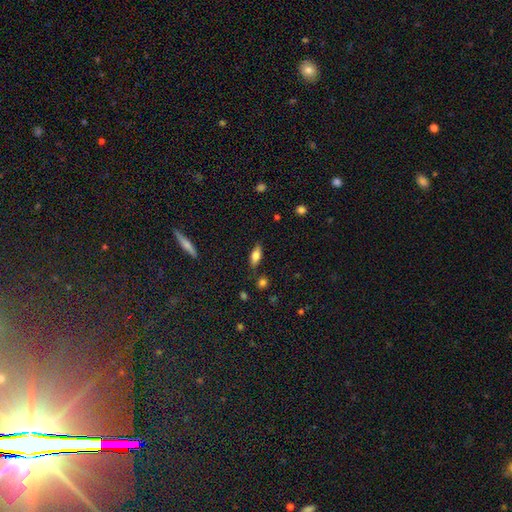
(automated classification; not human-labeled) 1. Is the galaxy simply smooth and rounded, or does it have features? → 65% smooth, 27% featured or disk, 8% star or artifact.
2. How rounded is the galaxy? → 70% in between, 27% cigar-shaped, 3% round.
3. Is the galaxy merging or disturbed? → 80% none, 14% minor disturbance, 3% major disturbance, 3% merger.